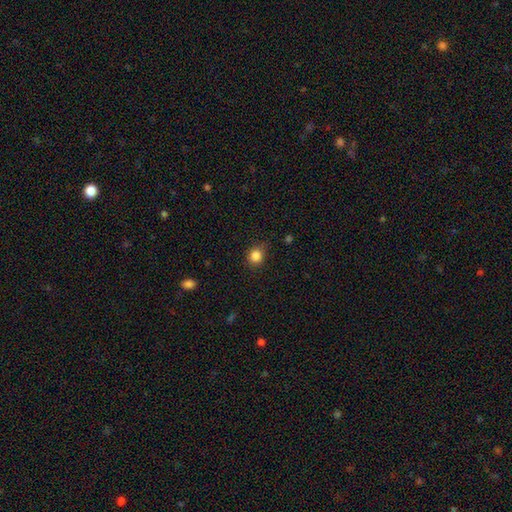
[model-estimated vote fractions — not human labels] This is clearly a smooth galaxy (85%). How rounded: clearly round (81%). Merging: clearly none (81%).